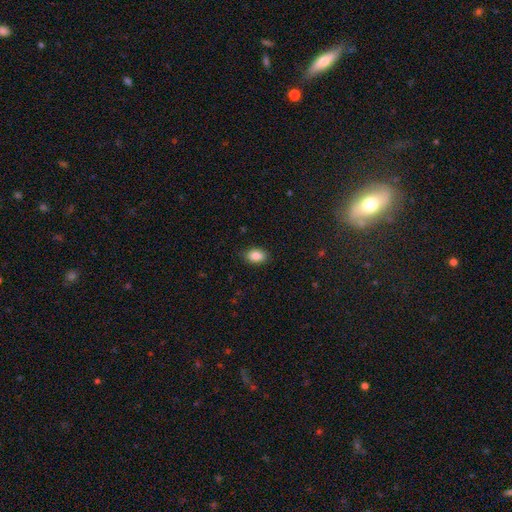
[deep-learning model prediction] Smooth or featured: smooth — 88% (star or artifact — 8%)
How rounded: in between — 84% (round — 14%)
Merging: none — 85% (minor disturbance — 11%)